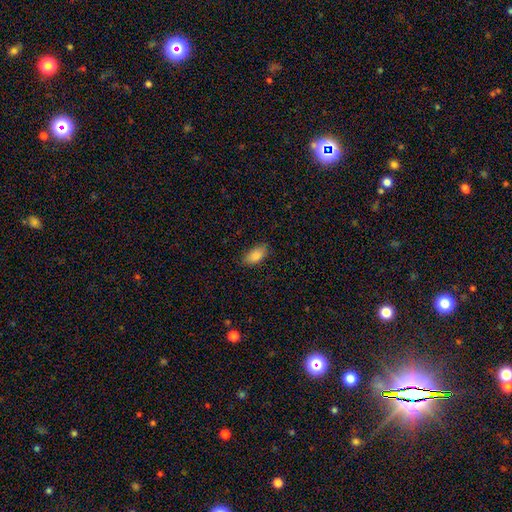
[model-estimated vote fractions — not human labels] Morphology: type=smooth (87%); roundness=in between (91%); merging=none (83%).